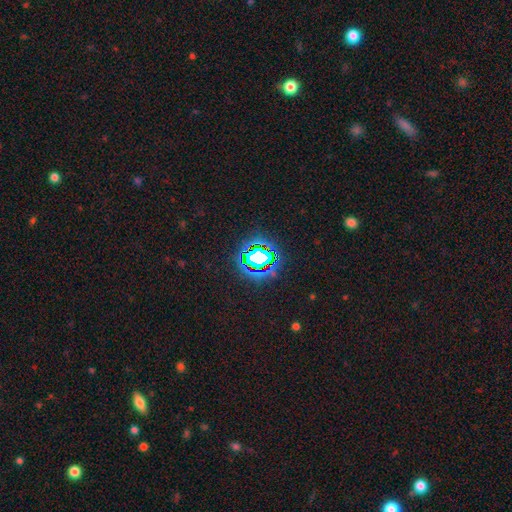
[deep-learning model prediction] A star or artifact, not a galaxy (69%).

Vote fractions:
- Smooth or featured? star or artifact: 69% / smooth: 18% / featured or disk: 12%